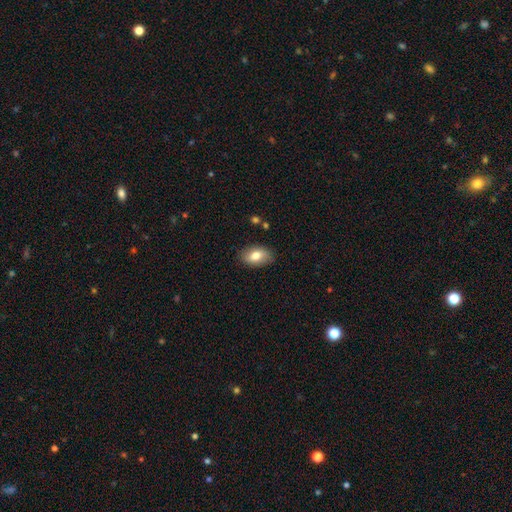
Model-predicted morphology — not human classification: type=smooth (77%); roundness=in between (89%); merging=none (85%).